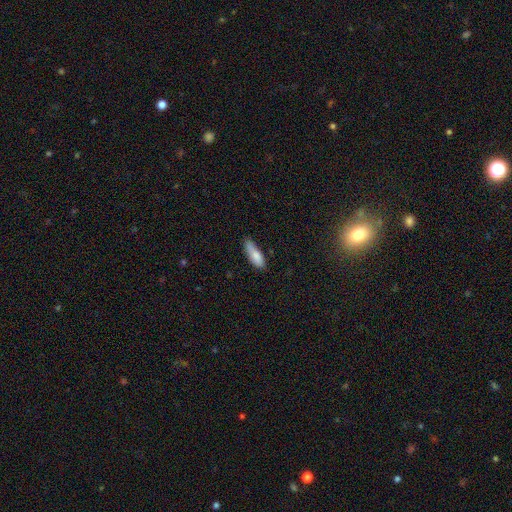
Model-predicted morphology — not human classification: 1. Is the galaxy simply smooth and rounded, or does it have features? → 83% smooth, 10% featured or disk, 6% star or artifact.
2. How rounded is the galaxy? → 53% in between, 45% cigar-shaped, 2% round.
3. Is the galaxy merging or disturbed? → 61% none, 30% minor disturbance, 6% major disturbance, 3% merger.